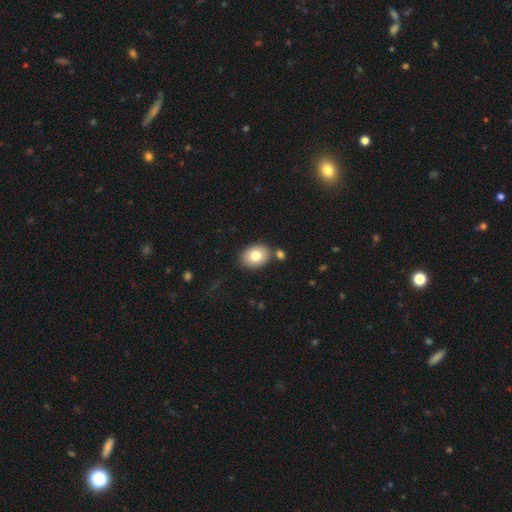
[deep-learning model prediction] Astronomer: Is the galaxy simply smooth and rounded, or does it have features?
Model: smooth — 80%.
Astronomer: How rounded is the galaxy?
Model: in between — 70%.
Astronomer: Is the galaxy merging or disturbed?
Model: none — 79%.